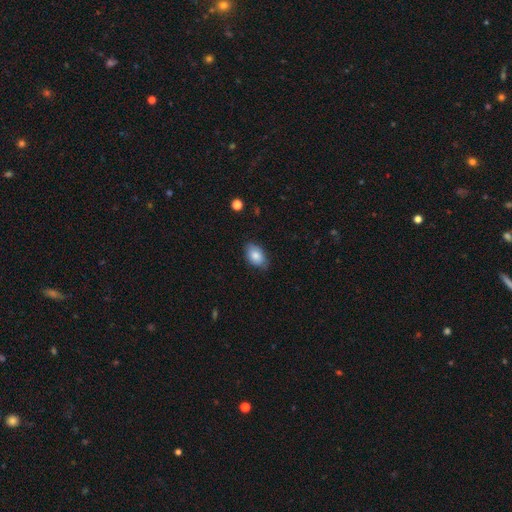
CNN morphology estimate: The model was most divided on "merging": none: 78%, minor disturbance: 18%, major disturbance: 3%, merger: 1%. More confident: how rounded — in between (90%); smooth or featured — smooth (82%).